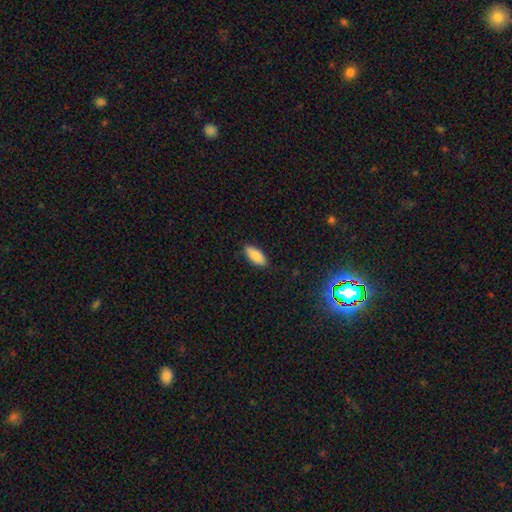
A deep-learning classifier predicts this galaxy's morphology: A smooth galaxy with no disk features (84%) that is in between round and cigar-shaped (82%).

Vote fractions:
- Smooth or featured? smooth: 84% / featured or disk: 10% / star or artifact: 7%
- How rounded? in between: 82% / cigar-shaped: 15% / round: 2%
- Merging? none: 86% / minor disturbance: 11% / major disturbance: 2% / merger: 1%